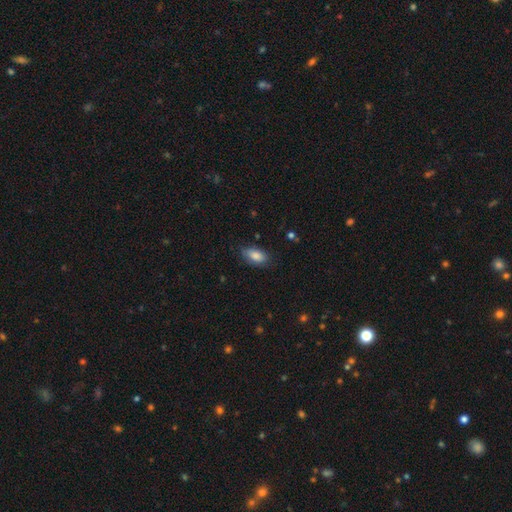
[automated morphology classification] This is clearly a smooth galaxy (84%). How rounded: clearly in between (91%). Merging: likely none (77%).